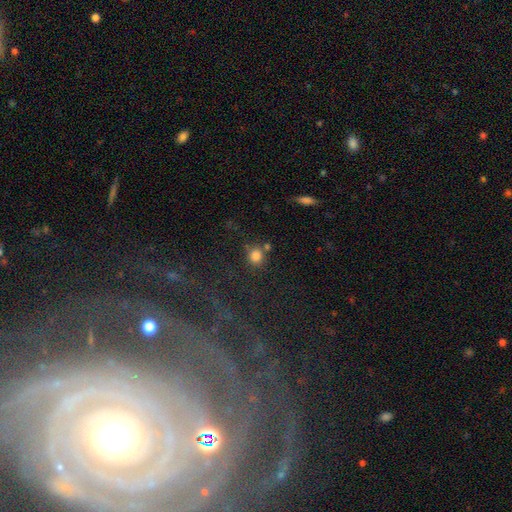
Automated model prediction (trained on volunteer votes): Q: Smooth or featured?
A: smooth (81%); runner-up: star or artifact (13%)
Q: How rounded?
A: round (87%); runner-up: in between (12%)
Q: Merging?
A: none (70%); runner-up: merger (14%)